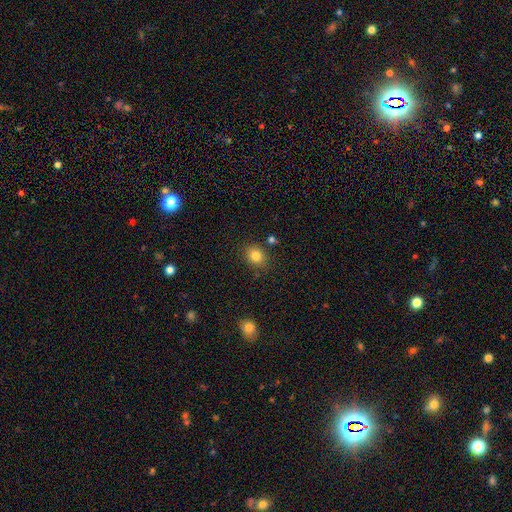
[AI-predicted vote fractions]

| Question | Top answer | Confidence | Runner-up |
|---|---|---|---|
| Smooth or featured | smooth | 83% | star or artifact (11%) |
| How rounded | round | 59% | in between (40%) |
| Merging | none | 80% | minor disturbance (12%) |